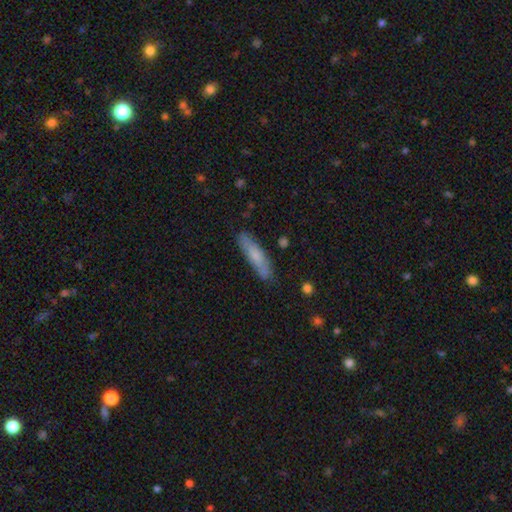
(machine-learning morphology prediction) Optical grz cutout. It shows a smooth galaxy with no disk features (67%) that is cigar-shaped (79%). Merging: none (81%).